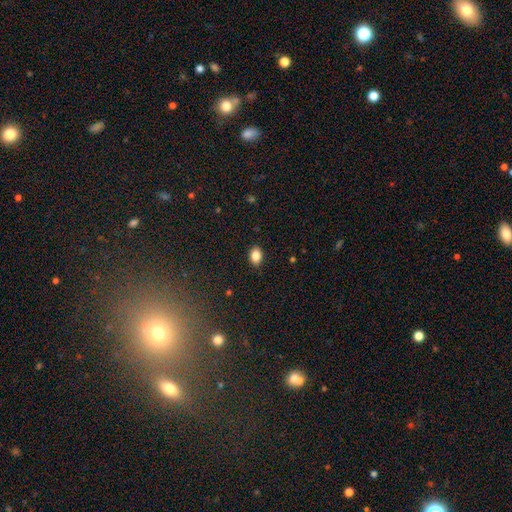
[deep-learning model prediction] Smooth or featured?
  - smooth: 86% *
  - star or artifact: 9%
  - featured or disk: 5%
How rounded?
  - in between: 79% *
  - round: 20%
  - cigar-shaped: 1%
Merging?
  - none: 88% *
  - minor disturbance: 9%
  - major disturbance: 2%
  - merger: 1%